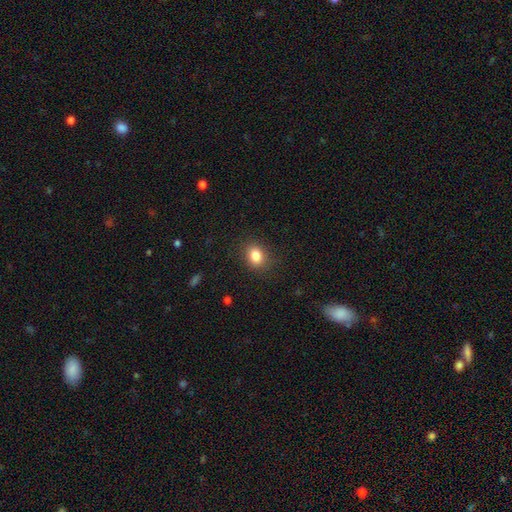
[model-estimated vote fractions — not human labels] This is clearly a smooth galaxy (84%). How rounded: possibly in between (58%). Merging: clearly none (85%).